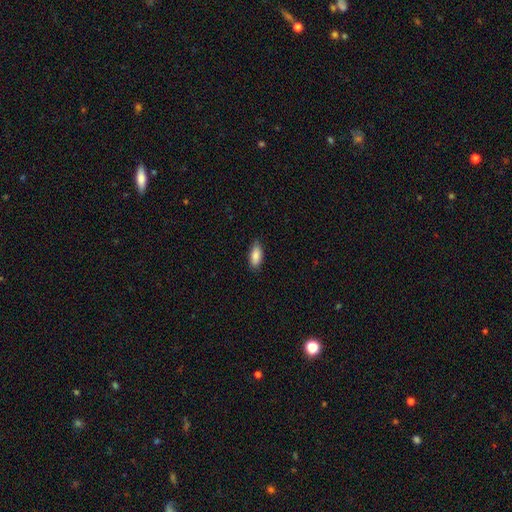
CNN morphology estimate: Smooth or featured? smooth (86%)
How rounded? in between (86%)
Merging? none (83%)